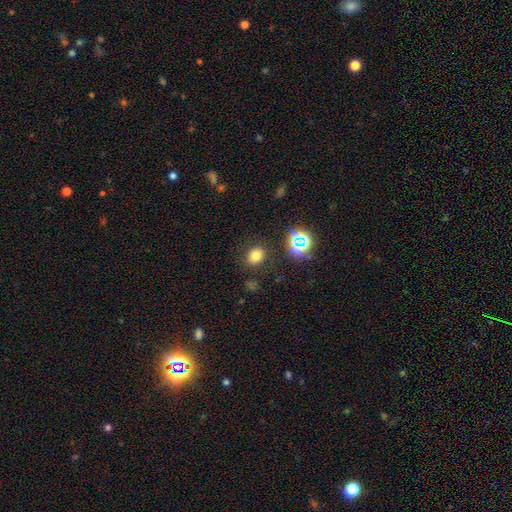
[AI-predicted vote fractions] Smooth or featured: smooth — 74% (star or artifact — 18%)
How rounded: round — 57% (in between — 42%)
Merging: none — 83% (minor disturbance — 10%)